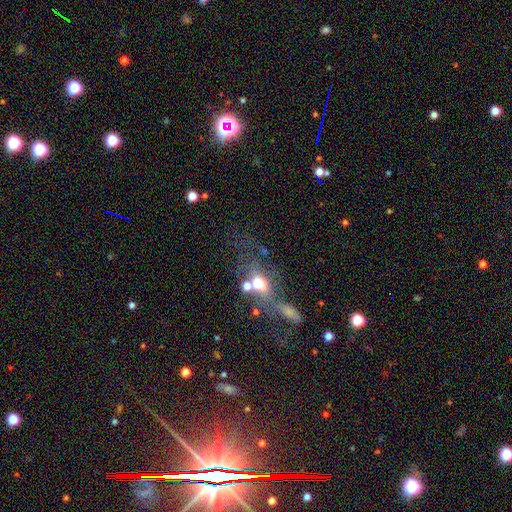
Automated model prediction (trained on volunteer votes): Smooth or featured? smooth (37%)
Merging? merger (36%)